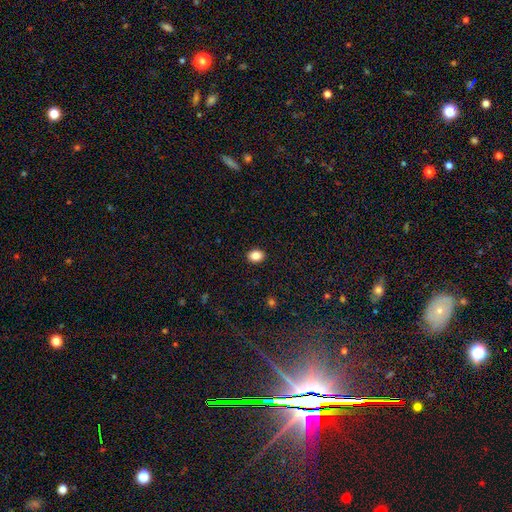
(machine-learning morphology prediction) Smooth or featured: smooth — 87% (star or artifact — 9%)
How rounded: in between — 64% (round — 35%)
Merging: none — 91% (minor disturbance — 6%)